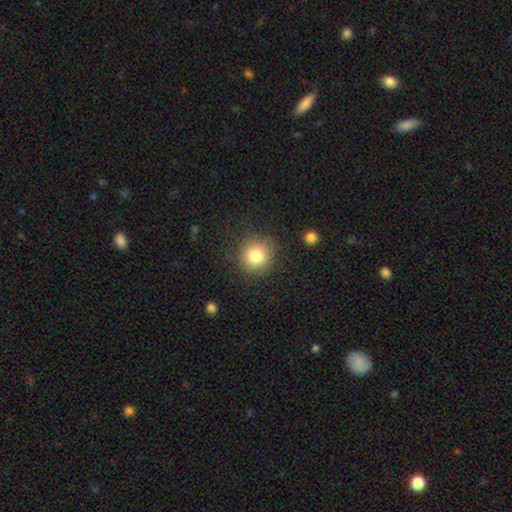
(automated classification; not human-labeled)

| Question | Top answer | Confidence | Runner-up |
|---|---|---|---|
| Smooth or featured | smooth | 83% | star or artifact (10%) |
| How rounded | round | 91% | in between (8%) |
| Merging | none | 84% | minor disturbance (10%) |